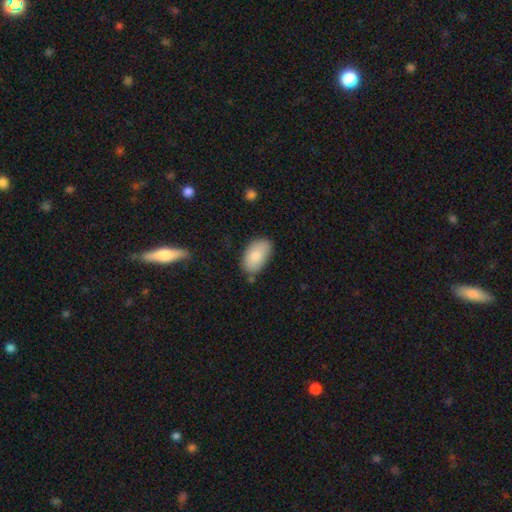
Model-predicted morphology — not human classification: Smooth or featured? Predicted: smooth (p=0.83). How rounded? Predicted: in between (p=0.94). Merging? Predicted: none (p=0.73).